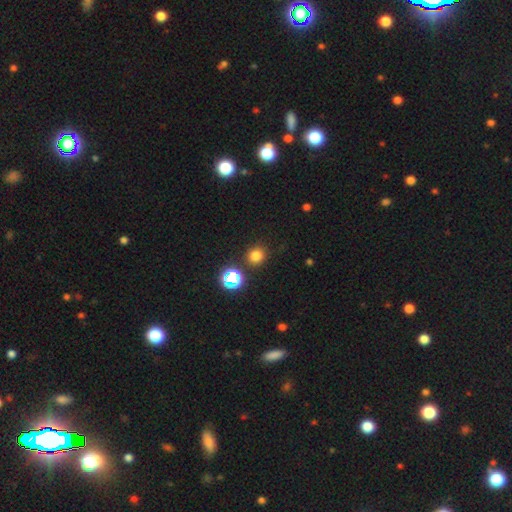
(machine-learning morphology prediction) A smooth galaxy with no disk features (76%) that is round (89%). Merging: none (87%).